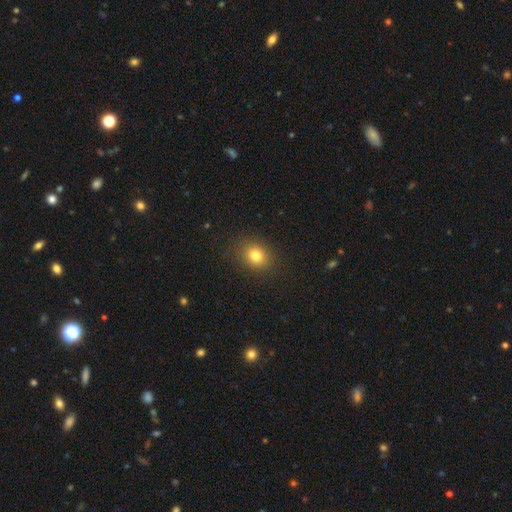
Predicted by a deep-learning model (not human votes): Q: Smooth or featured?
A: smooth (80%); runner-up: star or artifact (12%)
Q: How rounded?
A: round (63%); runner-up: in between (36%)
Q: Merging?
A: none (87%); runner-up: minor disturbance (9%)